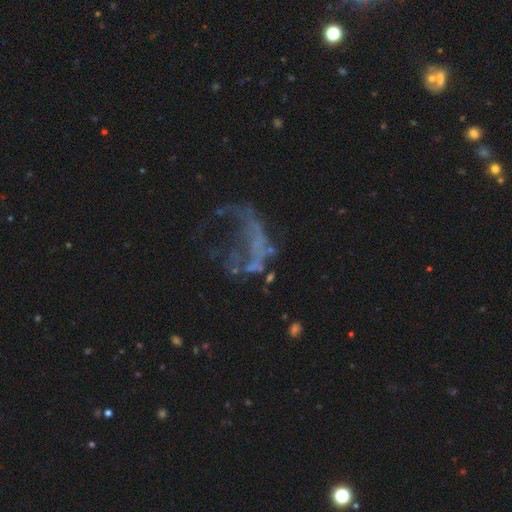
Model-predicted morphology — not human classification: This appears to be a featured or disk galaxy (61%) with no bar (87%), no spiral arms (82%) and no central bulge (84%). Merging: major disturbance (52%).